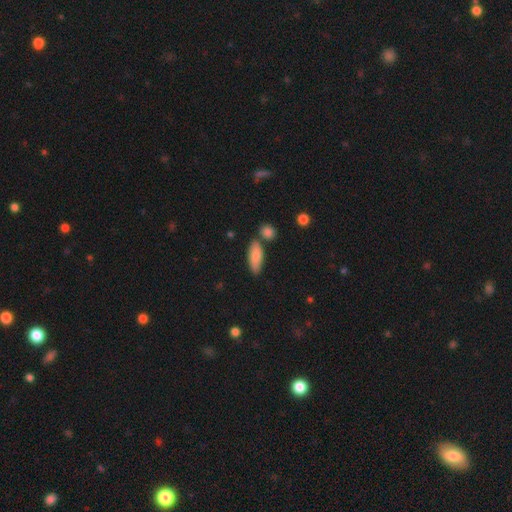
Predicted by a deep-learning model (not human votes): This is clearly a smooth galaxy (82%). How rounded: likely in between (71%). Merging: likely none (72%).